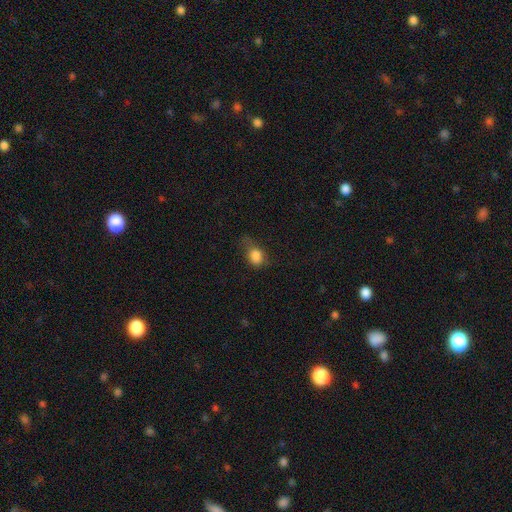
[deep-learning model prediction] Smooth or featured: smooth — 82% (star or artifact — 11%)
How rounded: in between — 63% (round — 35%)
Merging: minor disturbance — 36% (none — 34%)